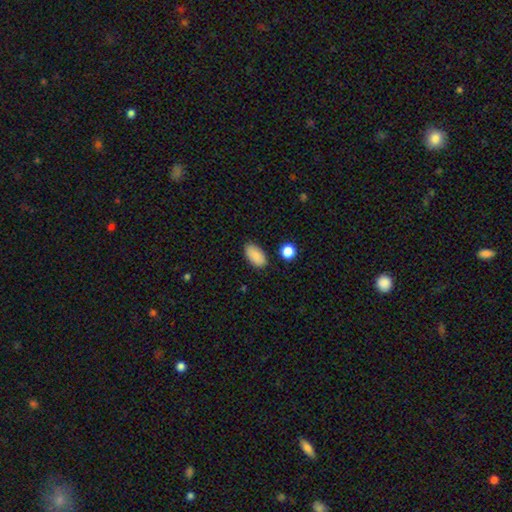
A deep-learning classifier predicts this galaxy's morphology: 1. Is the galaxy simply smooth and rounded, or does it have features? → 88% smooth, 7% star or artifact, 5% featured or disk.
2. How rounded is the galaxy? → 93% in between, 4% round, 2% cigar-shaped.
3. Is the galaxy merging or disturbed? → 83% none, 12% minor disturbance, 3% major disturbance, 2% merger.